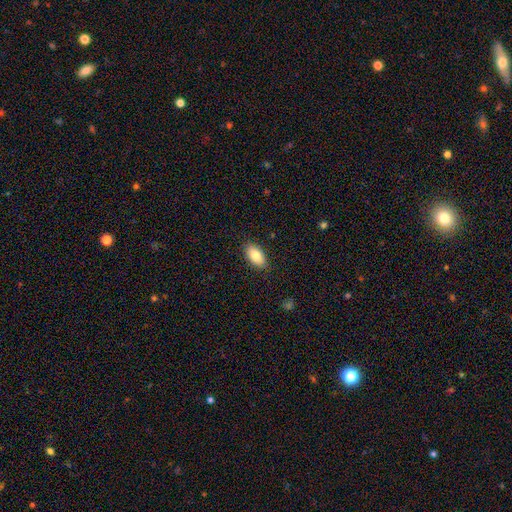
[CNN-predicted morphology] The model was most divided on "smooth or featured": smooth: 82%, featured or disk: 11%, star or artifact: 7%. More confident: how rounded — in between (92%); merging — none (88%).